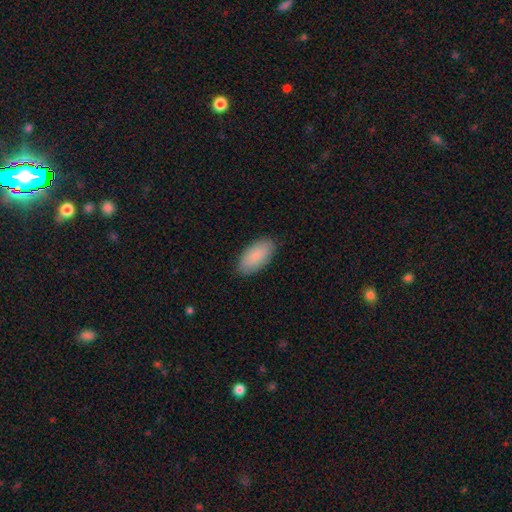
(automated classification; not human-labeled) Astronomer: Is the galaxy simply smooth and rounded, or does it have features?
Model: smooth — 88%.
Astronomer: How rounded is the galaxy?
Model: in between — 94%.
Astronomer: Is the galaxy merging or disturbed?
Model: none — 88%.